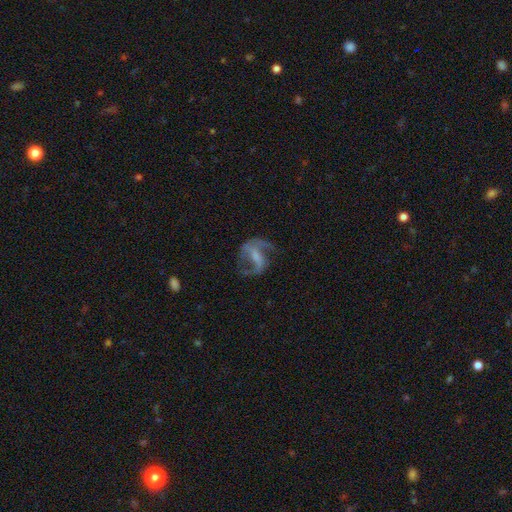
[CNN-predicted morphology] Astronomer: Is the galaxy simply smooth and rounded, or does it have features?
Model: featured or disk — 80%.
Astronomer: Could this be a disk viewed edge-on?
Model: no — 97%.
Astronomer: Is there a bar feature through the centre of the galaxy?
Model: strong — 41%, tied with weak at 41%.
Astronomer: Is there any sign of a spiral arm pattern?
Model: yes — 89%.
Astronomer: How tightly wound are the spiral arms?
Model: medium — 45% (runner-up: loose, 43%).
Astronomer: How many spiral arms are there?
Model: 2 — 83%.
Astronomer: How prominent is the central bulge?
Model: small — 33% (runner-up: none, 31%).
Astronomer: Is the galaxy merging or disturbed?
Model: none — 57%.